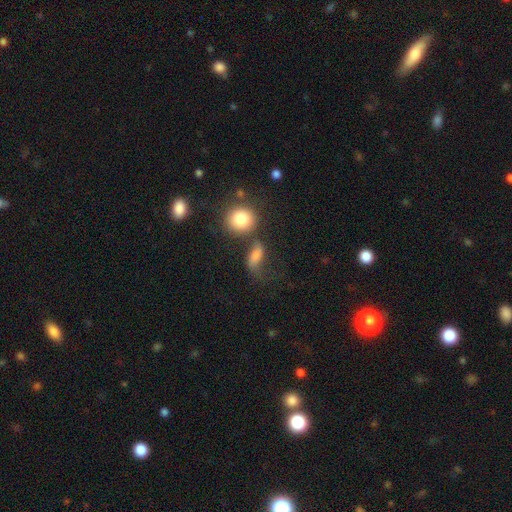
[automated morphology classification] This is likely a smooth galaxy (67%). How rounded: likely in between (68%). Merging: marginally none (36%).